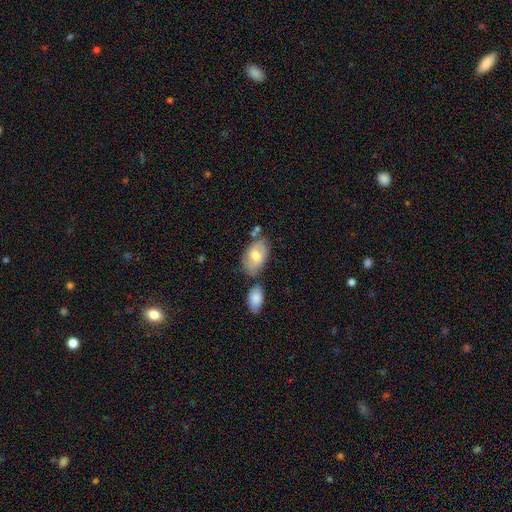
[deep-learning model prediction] Overall: smooth (68%). How rounded: in between (92%). Merging: none (59%).